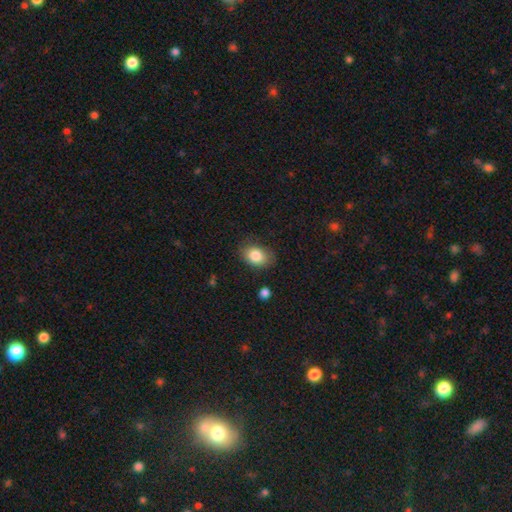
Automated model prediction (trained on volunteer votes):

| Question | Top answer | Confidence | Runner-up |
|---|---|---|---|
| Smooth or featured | smooth | 84% | star or artifact (8%) |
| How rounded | in between | 75% | round (24%) |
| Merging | none | 78% | minor disturbance (16%) |